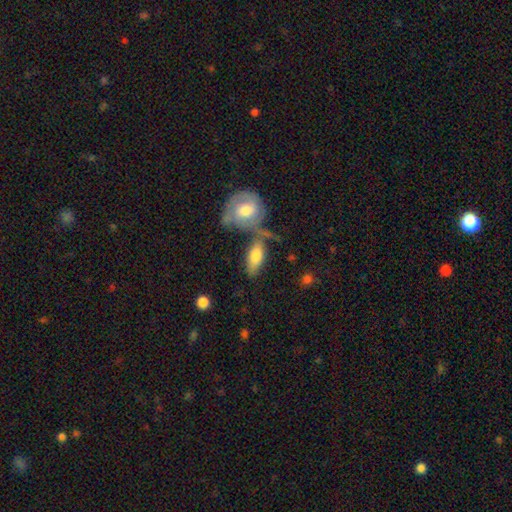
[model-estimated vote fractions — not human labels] A smooth galaxy with no disk features (72%) that is in between round and cigar-shaped (83%). Merging: none (46%).